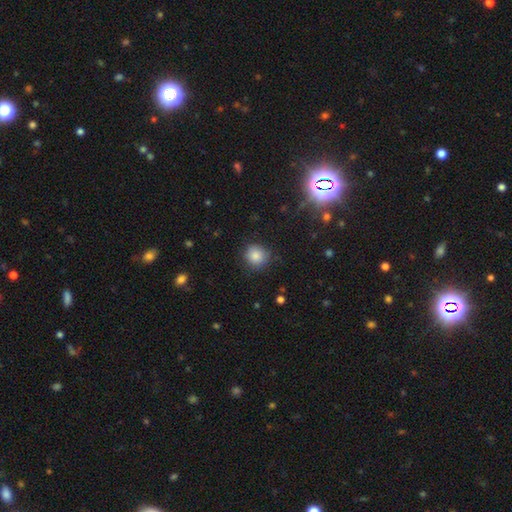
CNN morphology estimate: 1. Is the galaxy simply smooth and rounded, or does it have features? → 84% smooth, 10% star or artifact, 5% featured or disk.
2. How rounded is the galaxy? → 87% round, 12% in between, 1% cigar-shaped.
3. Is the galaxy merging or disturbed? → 82% none, 13% minor disturbance, 3% major disturbance, 1% merger.